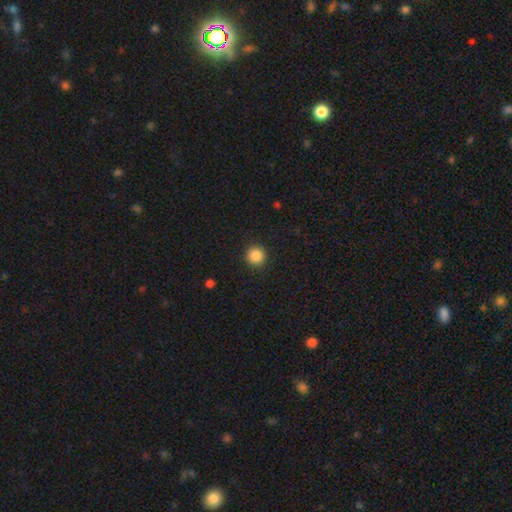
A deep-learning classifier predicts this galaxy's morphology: Smooth or featured?
  - smooth: 87% *
  - star or artifact: 10%
  - featured or disk: 3%
How rounded?
  - round: 94% *
  - in between: 5%
  - cigar-shaped: 1%
Merging?
  - none: 92% *
  - minor disturbance: 5%
  - major disturbance: 2%
  - merger: 1%